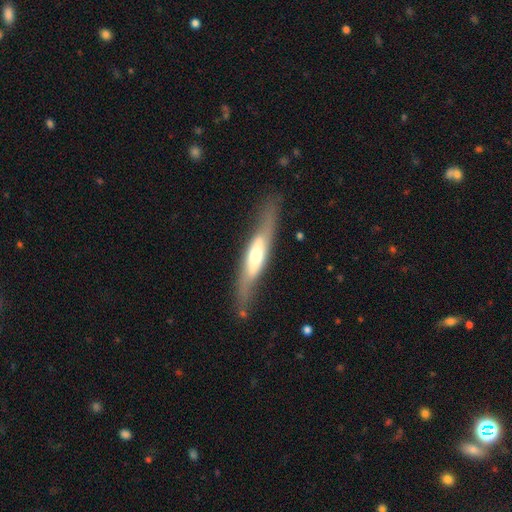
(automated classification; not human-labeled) Smooth or featured? Predicted: featured or disk (p=0.62). Edge-on disk? Predicted: yes (p=0.65). Merging? Predicted: none (p=0.74).